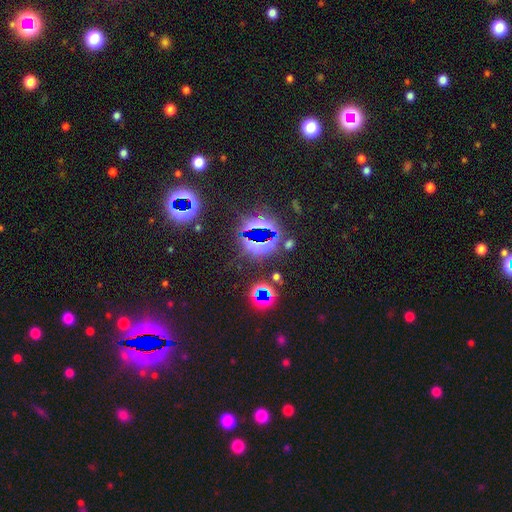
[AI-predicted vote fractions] Smooth or featured: star or artifact — 82% (smooth — 10%)